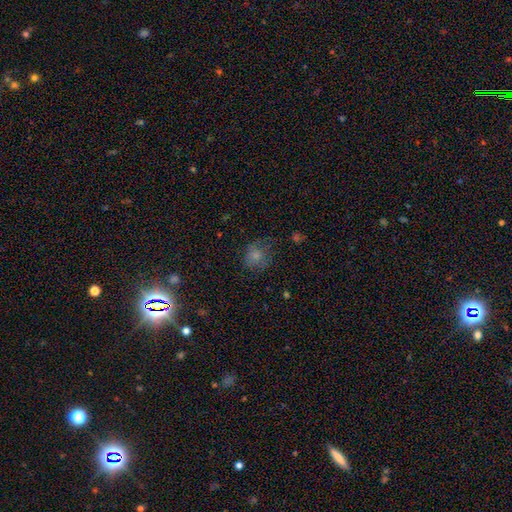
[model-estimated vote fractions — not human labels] Overall: smooth (72%). How rounded: round (70%). Merging: none (52%; minor disturbance 26%).